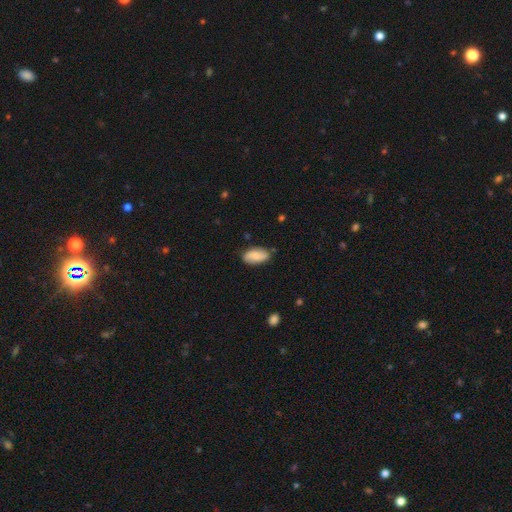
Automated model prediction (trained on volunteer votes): The model was most divided on "smooth or featured": smooth: 70%, featured or disk: 23%, star or artifact: 7%. More confident: how rounded — in between (92%); merging — none (77%).